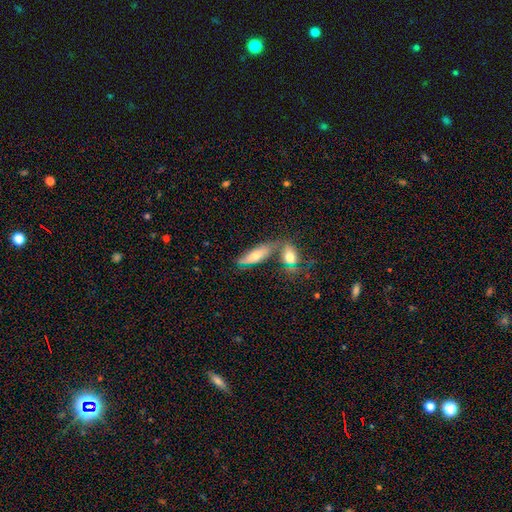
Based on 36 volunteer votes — This appears to be a smooth galaxy with no disk features (64%) that is in between round and cigar-shaped (61%). Merging: merger (59%).